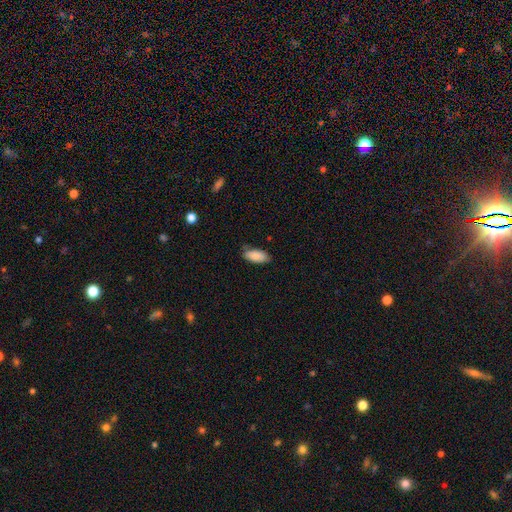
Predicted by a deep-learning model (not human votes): smooth_or_featured: smooth (p=0.88) [alt: star or artifact p=0.06]
how_rounded: in between (p=0.89) [alt: cigar-shaped p=0.09]
merging: none (p=0.74) [alt: minor disturbance p=0.21]